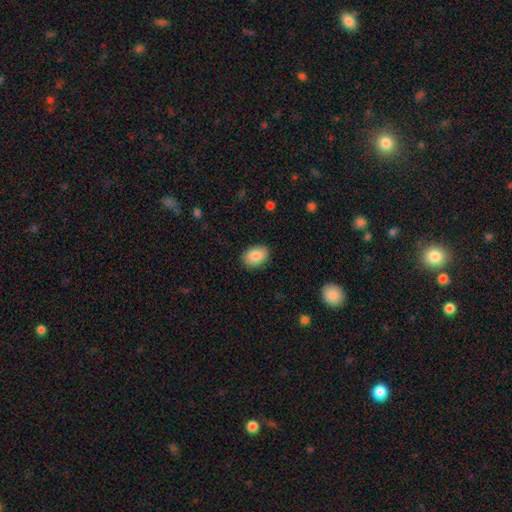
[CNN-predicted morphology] Smooth or featured? Predicted: smooth (p=0.86). How rounded? Predicted: in between (p=0.80). Merging? Predicted: none (p=0.87).